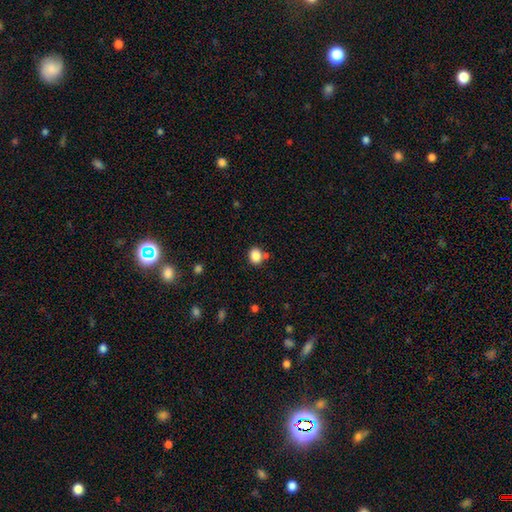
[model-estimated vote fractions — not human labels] Q: Smooth or featured?
A: smooth (86%); runner-up: star or artifact (10%)
Q: How rounded?
A: round (61%); runner-up: in between (38%)
Q: Merging?
A: none (74%); runner-up: minor disturbance (12%)